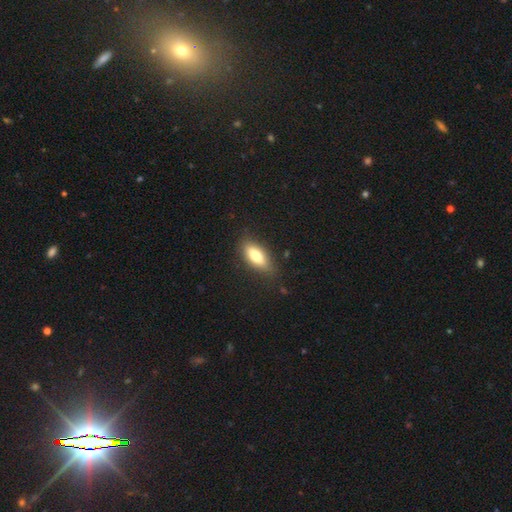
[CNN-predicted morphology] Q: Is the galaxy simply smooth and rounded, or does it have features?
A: smooth — 76%.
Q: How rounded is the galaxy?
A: in between — 79%.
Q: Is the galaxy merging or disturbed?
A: none — 80%.